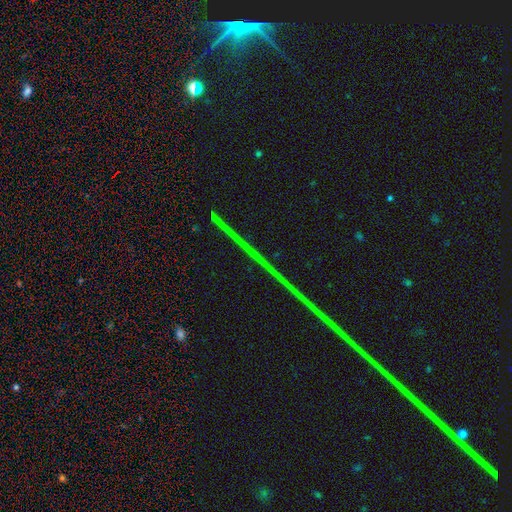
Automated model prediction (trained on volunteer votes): The model was most divided on "smooth or featured": star or artifact: 85%, featured or disk: 9%, smooth: 5%.